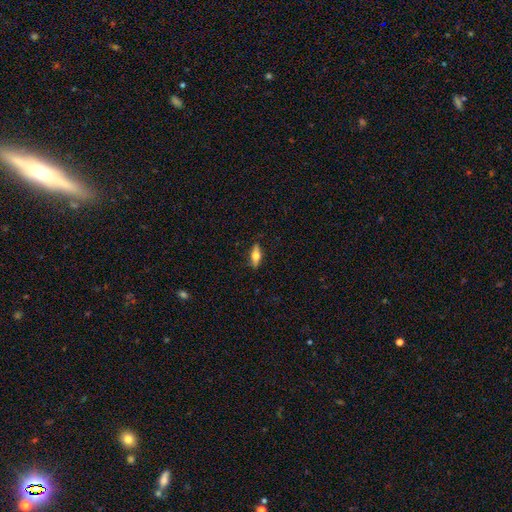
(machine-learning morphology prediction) smooth 48%, featured or disk 45%, star or artifact 7%. Down the decision tree: merging — none (87%).